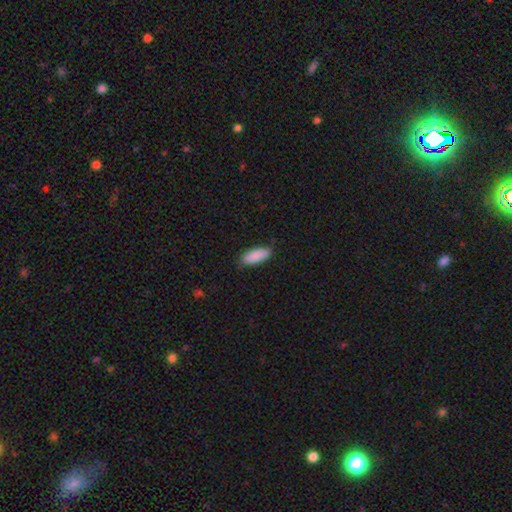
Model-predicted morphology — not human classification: The model was most divided on "how rounded": in between: 77%, cigar-shaped: 21%, round: 2%. More confident: smooth or featured — smooth (90%); merging — none (84%).